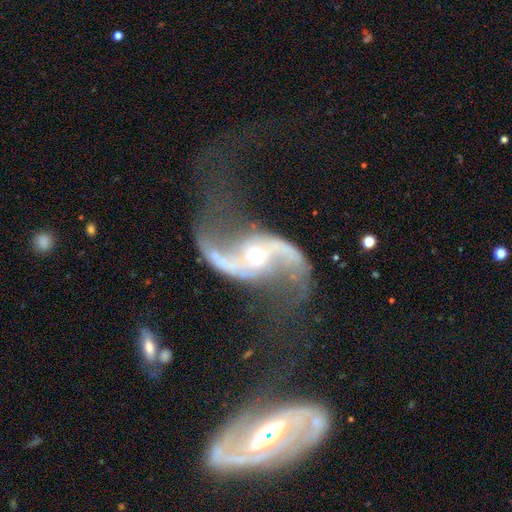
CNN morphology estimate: Smooth or featured: featured or disk — 91% (star or artifact — 5%)
Edge-on disk: no — 96% (yes — 4%)
Bar: no — 44% (weak — 31%)
Spiral arms: yes — 97% (no — 3%)
Spiral winding: loose — 77% (medium — 18%)
Spiral arm count: 2 — 94% (1 — 2%)
Bulge size: moderate — 60% (small — 32%)
Merging: none — 42% (merger — 23%)